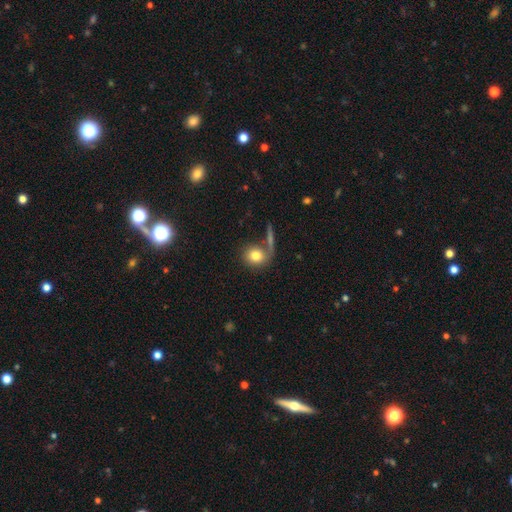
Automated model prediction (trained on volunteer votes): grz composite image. It shows a smooth galaxy with no disk features (79%) that is round (80%). Merging: none (58%).